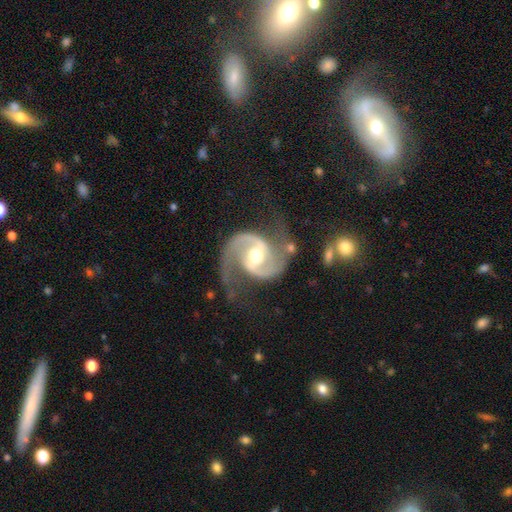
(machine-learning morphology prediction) Smooth or featured?
  - featured or disk: 93% *
  - star or artifact: 4%
  - smooth: 3%
Edge-on disk?
  - no: 98% *
  - yes: 2%
Bar?
  - weak: 45% *
  - strong: 31%
  - no: 24%
Spiral arms?
  - yes: 98% *
  - no: 2%
Spiral winding?
  - medium: 62% *
  - loose: 25%
  - tight: 13%
Spiral arm count?
  - 2: 94% *
  - can't tell: 1%
  - 1: 1%
  - 3: 1%
  - 4: 1%
  - more than 4: 1%
Bulge size?
  - moderate: 72% *
  - small: 19%
  - large: 6%
  - none: 1%
  - dominant: 1%
Merging?
  - none: 66% *
  - minor disturbance: 19%
  - major disturbance: 12%
  - merger: 3%